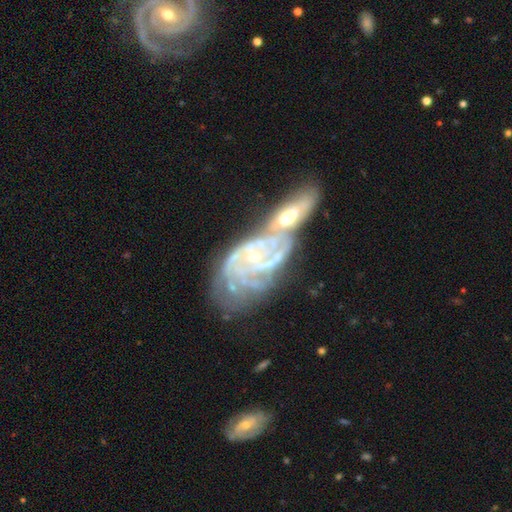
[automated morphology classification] Smooth or featured: featured or disk — 84% (smooth — 8%)
Edge-on disk: no — 93% (yes — 7%)
Bar: no — 60% (weak — 29%)
Spiral arms: yes — 92% (no — 8%)
Spiral winding: tight — 61% (medium — 30%)
Spiral arm count: can't tell — 35% (2 — 24%)
Bulge size: small — 71% (moderate — 21%)
Merging: merger — 54% (none — 25%)